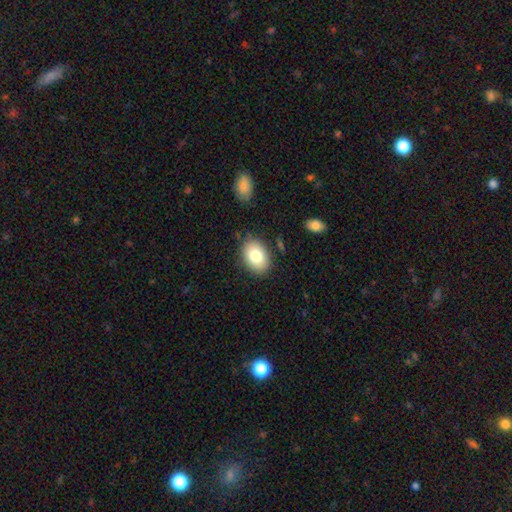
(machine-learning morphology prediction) Overall: smooth (79%). How rounded: in between (75%). Merging: none (84%).